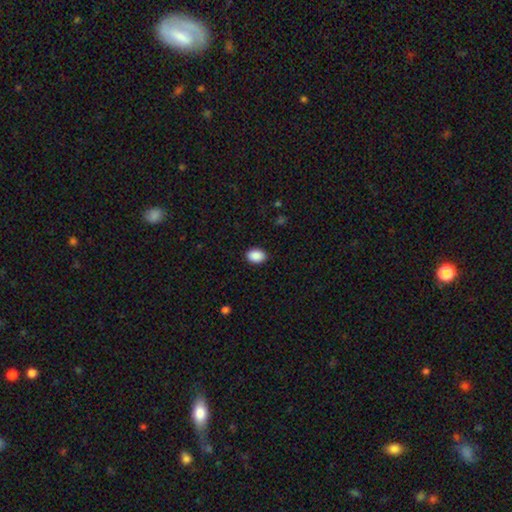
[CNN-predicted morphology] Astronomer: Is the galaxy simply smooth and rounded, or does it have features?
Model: smooth — 90%.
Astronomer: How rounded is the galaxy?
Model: in between — 81%.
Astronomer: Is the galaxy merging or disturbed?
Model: none — 89%.